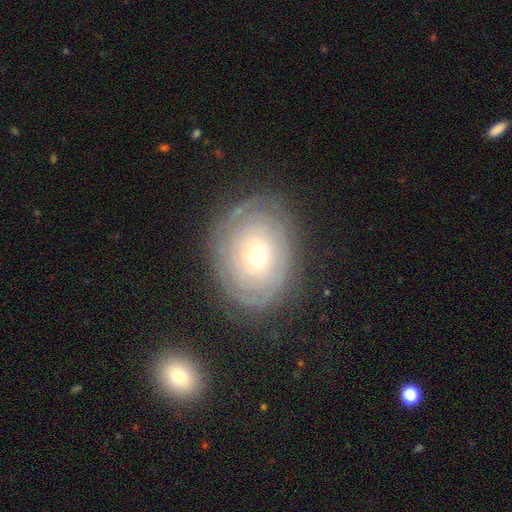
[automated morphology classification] The model was most divided on "bulge size": moderate: 54%, small: 40%, large: 4%, dominant: 1%, none: 1%. More confident: edge-on disk — no (95%); bar — no (85%); merging — none (79%); spiral arms — yes (76%); smooth or featured — featured or disk (69%).